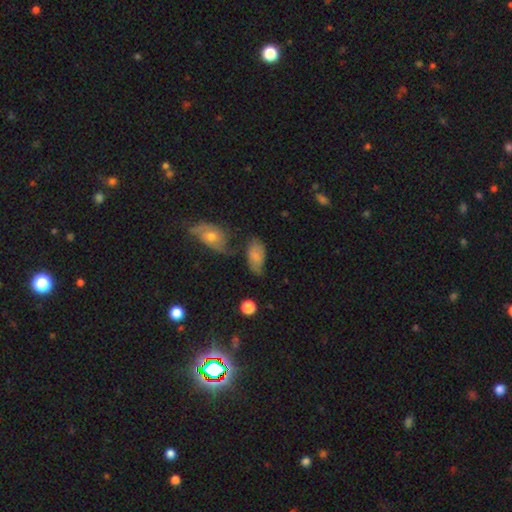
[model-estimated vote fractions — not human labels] smooth_or_featured: smooth (p=0.65) [alt: featured or disk p=0.25]
how_rounded: in between (p=0.92) [alt: round p=0.06]
merging: none (p=0.46) [alt: minor disturbance p=0.29]